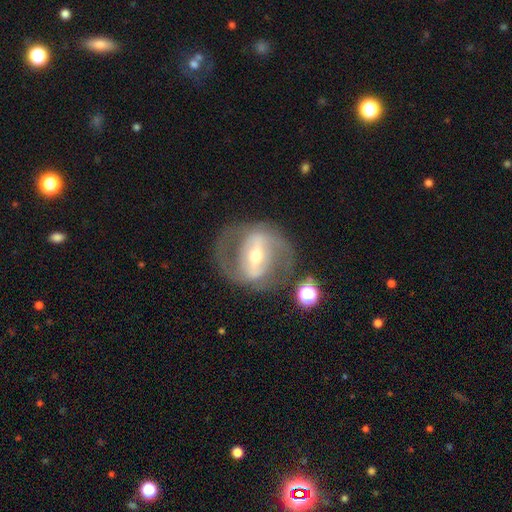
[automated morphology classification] Smooth or featured? Predicted: featured or disk (p=0.80). Edge-on disk? Predicted: no (p=0.93). Bar? Predicted: strong (p=0.61). Spiral arms? Predicted: yes (p=0.64). Bulge size? Predicted: moderate (p=0.52). Merging? Predicted: none (p=0.67).